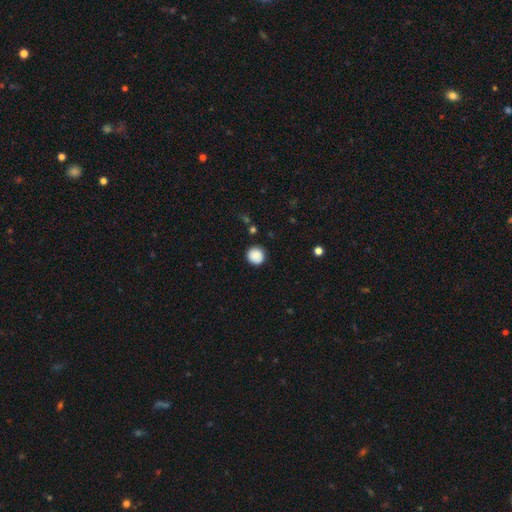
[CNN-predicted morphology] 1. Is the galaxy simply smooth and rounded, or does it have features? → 87% smooth, 8% star or artifact, 4% featured or disk.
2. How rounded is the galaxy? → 94% round, 5% in between, 1% cigar-shaped.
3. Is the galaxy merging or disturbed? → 88% none, 8% minor disturbance, 2% major disturbance, 2% merger.